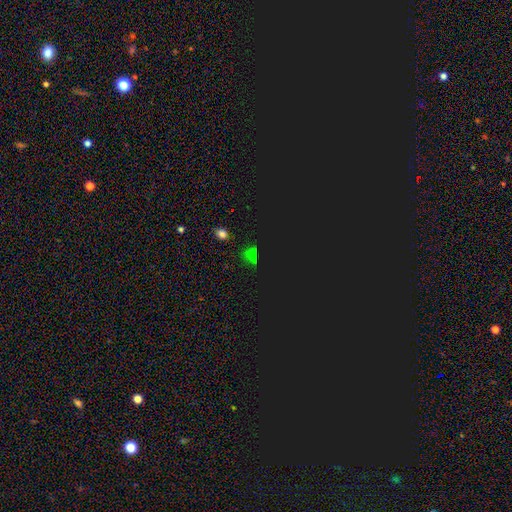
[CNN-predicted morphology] star or artifact 72%, smooth 21%, featured or disk 7%.